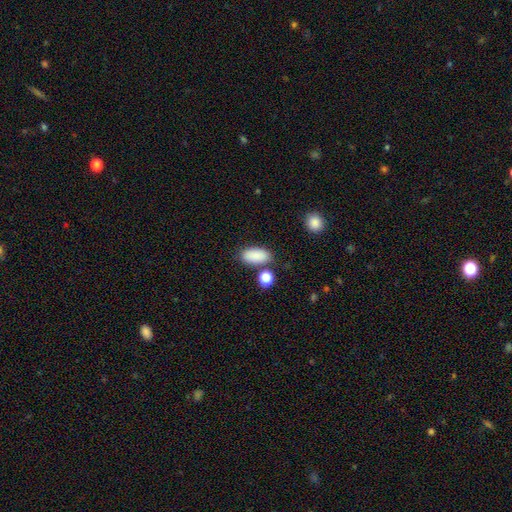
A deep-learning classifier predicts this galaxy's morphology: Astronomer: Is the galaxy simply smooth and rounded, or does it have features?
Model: smooth — 88%.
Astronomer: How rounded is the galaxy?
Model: in between — 90%.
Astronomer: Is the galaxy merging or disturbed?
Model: none — 78%.